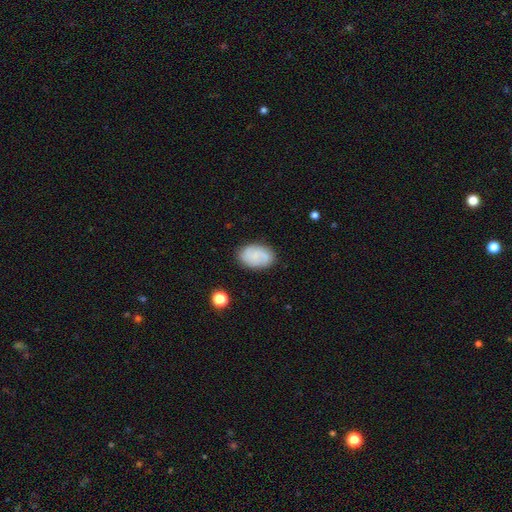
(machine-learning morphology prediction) type=smooth (64%); roundness=in between (88%); merging=none (78%).